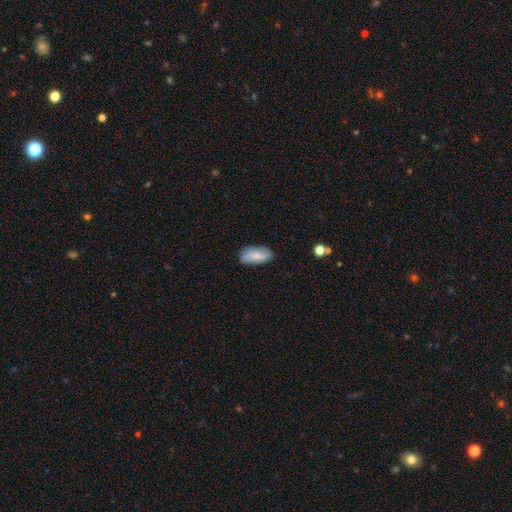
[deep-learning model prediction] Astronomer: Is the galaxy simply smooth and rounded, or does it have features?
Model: smooth — 72%.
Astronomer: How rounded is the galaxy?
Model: in between — 87%.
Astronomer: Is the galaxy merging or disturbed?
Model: none — 81%.